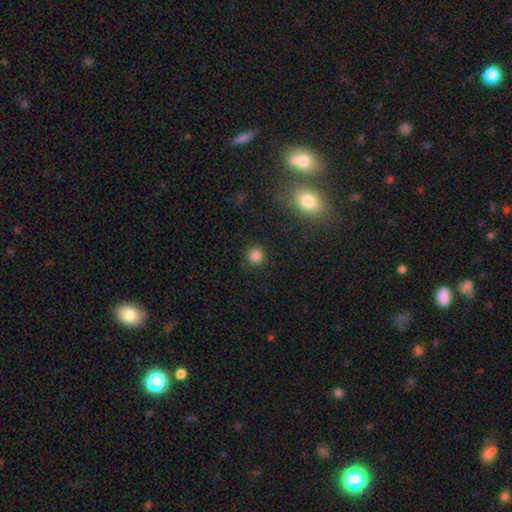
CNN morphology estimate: smooth 83%, star or artifact 13%, featured or disk 4%. Down the decision tree: how rounded — round (91%); merging — none (88%).